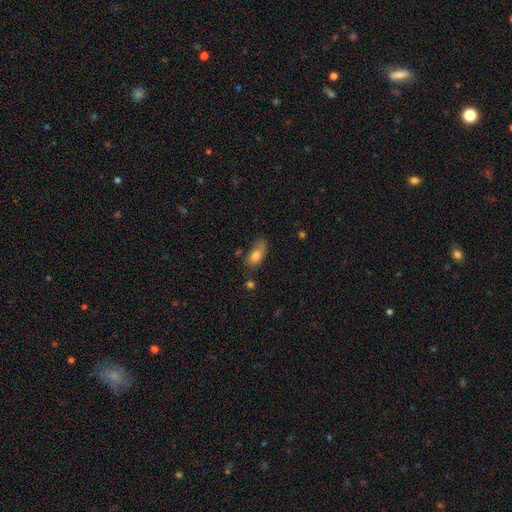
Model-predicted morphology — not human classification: This is likely a smooth galaxy (77%). How rounded: clearly in between (86%). Merging: possibly none (48%).